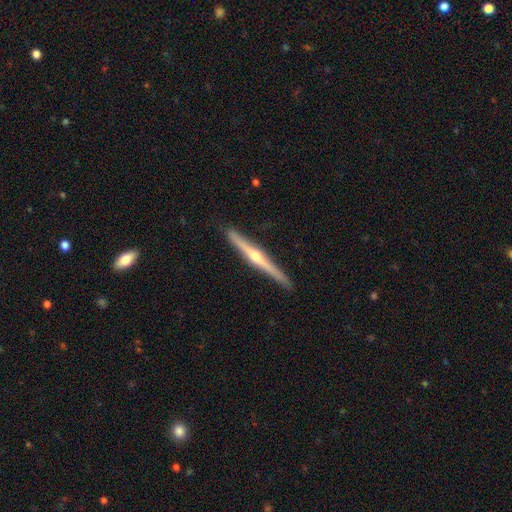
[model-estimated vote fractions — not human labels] The model was most divided on "smooth or featured": featured or disk: 79%, smooth: 16%, star or artifact: 5%. More confident: edge-on disk — yes (98%); merging — none (91%); edge-on bulge — rounded (88%).